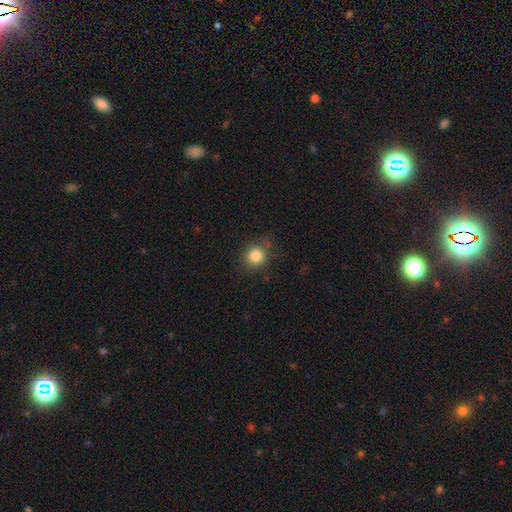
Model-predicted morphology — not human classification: Smooth or featured? Predicted: smooth (p=0.83). How rounded? Predicted: round (p=0.87). Merging? Predicted: none (p=0.79).